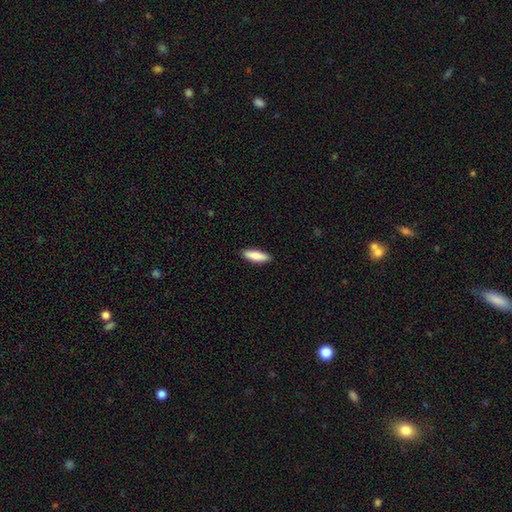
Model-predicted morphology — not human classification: Smooth or featured?
  - smooth: 84% *
  - featured or disk: 10%
  - star or artifact: 5%
How rounded?
  - cigar-shaped: 56% *
  - in between: 43%
  - round: 2%
Merging?
  - none: 90% *
  - minor disturbance: 8%
  - major disturbance: 2%
  - merger: 1%